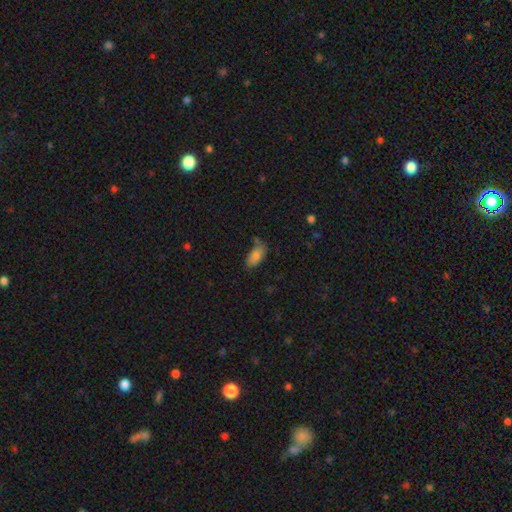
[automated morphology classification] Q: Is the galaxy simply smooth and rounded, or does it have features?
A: smooth — 83%.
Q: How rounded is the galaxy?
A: in between — 92%.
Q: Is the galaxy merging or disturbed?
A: none — 67%.